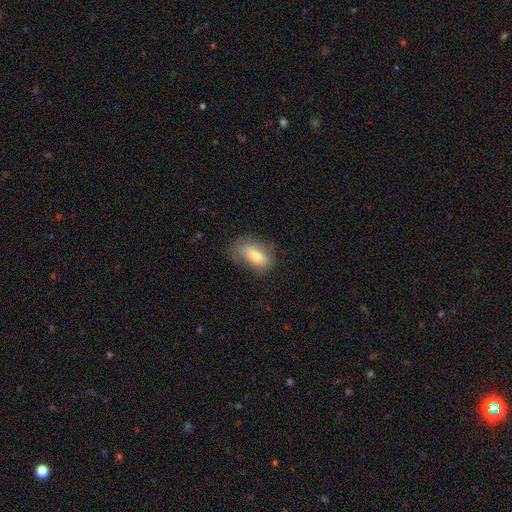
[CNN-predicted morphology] smooth-or-featured: smooth: 76% | featured or disk: 16% | star or artifact: 8%
  how-rounded: in between: 88% | round: 6% | cigar-shaped: 6%
  merging: none: 63% | minor disturbance: 26% | major disturbance: 9% | merger: 1%